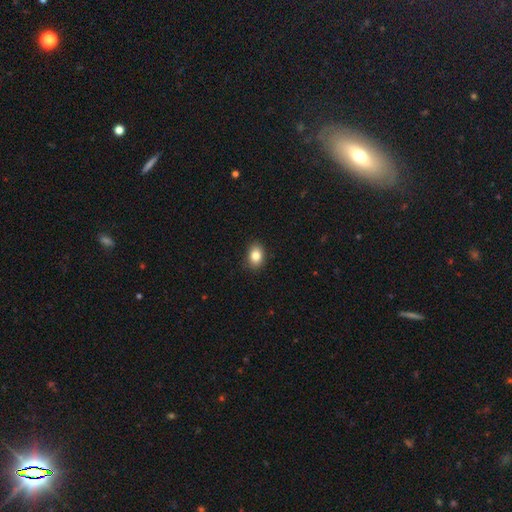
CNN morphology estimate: Q: Smooth or featured?
A: smooth (84%); runner-up: star or artifact (9%)
Q: How rounded?
A: in between (72%); runner-up: round (27%)
Q: Merging?
A: none (88%); runner-up: minor disturbance (9%)